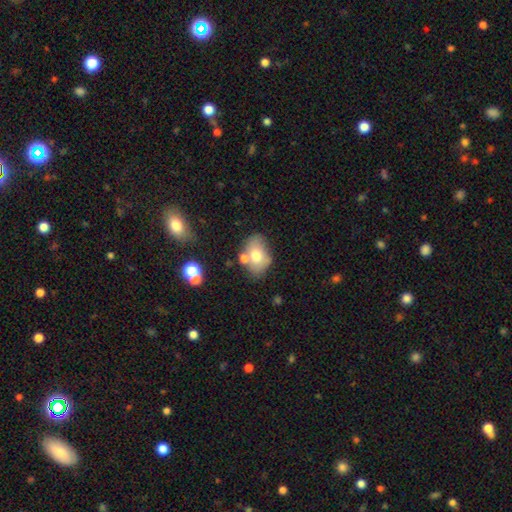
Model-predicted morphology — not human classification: Smooth or featured? Predicted: smooth (p=0.66). How rounded? Predicted: in between (p=0.78). Merging? Predicted: none (p=0.59).